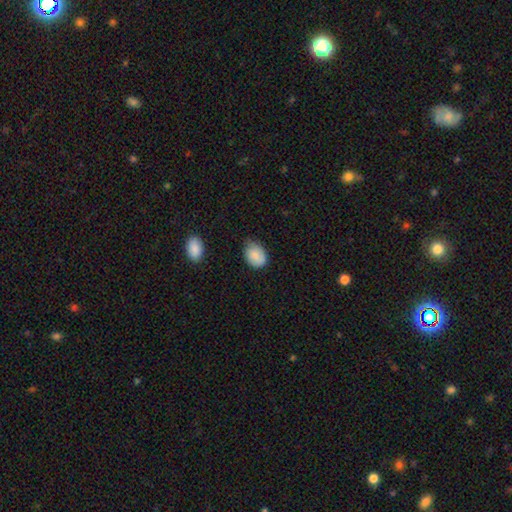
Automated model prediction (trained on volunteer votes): Overall: smooth (85%). How rounded: in between (70%). Merging: none (58%; minor disturbance 34%).